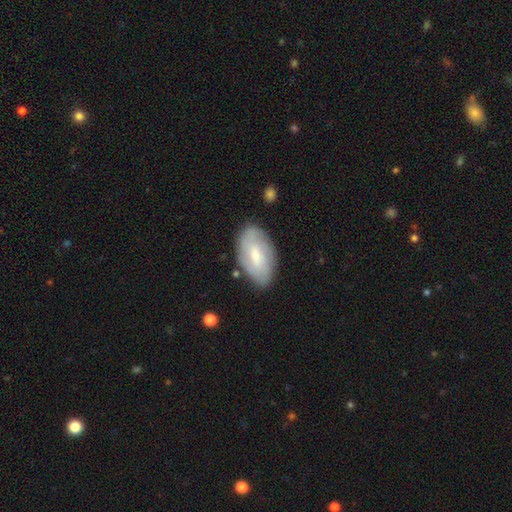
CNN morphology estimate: type=smooth (49%); merging=none (75%).